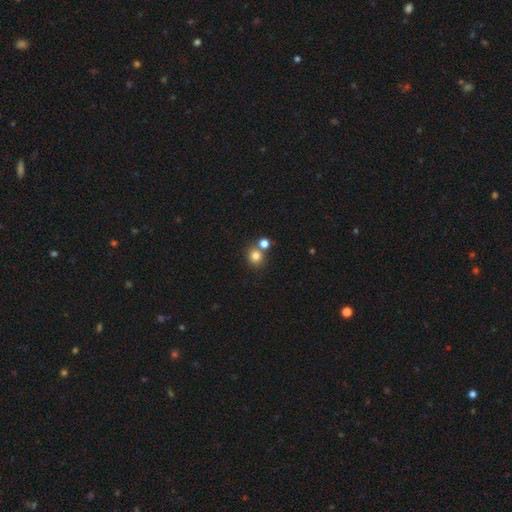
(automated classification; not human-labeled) Q: Smooth or featured?
A: smooth (80%); runner-up: star or artifact (13%)
Q: How rounded?
A: round (84%); runner-up: in between (15%)
Q: Merging?
A: none (64%); runner-up: merger (25%)